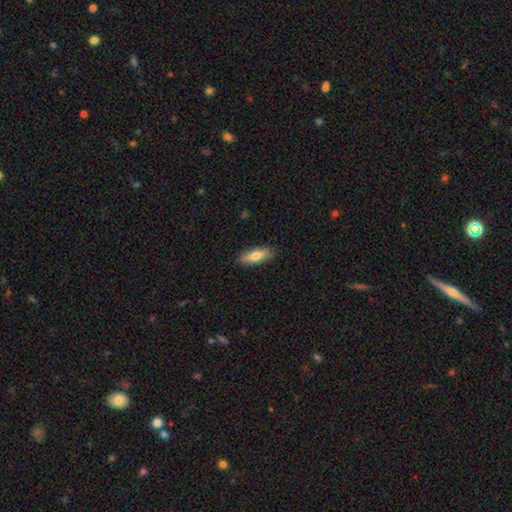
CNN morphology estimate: Overall: smooth (75%). How rounded: in between (61%; cigar-shaped 36%). Merging: none (88%).